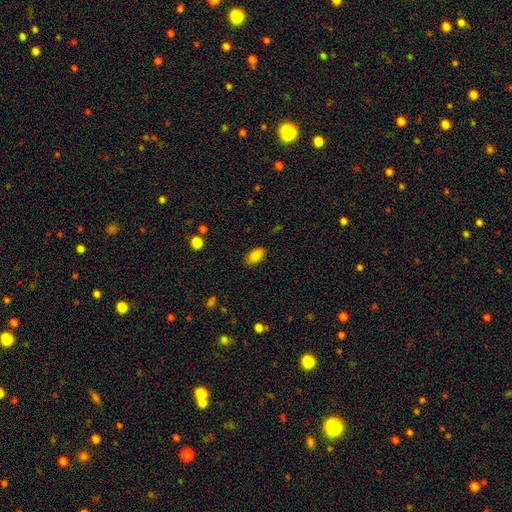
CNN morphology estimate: The model was most divided on "merging": none: 84%, minor disturbance: 12%, major disturbance: 3%, merger: 1%. More confident: how rounded — in between (91%); smooth or featured — smooth (86%).